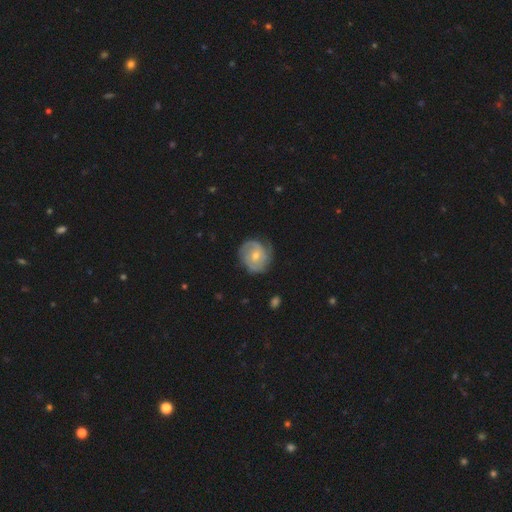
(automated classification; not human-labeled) This appears to be a featured or disk galaxy (74%) with no bar (64%), 2 (49%) tight (58%) spiral arms (92%) and a moderate central bulge (49%). Merging: none (72%).